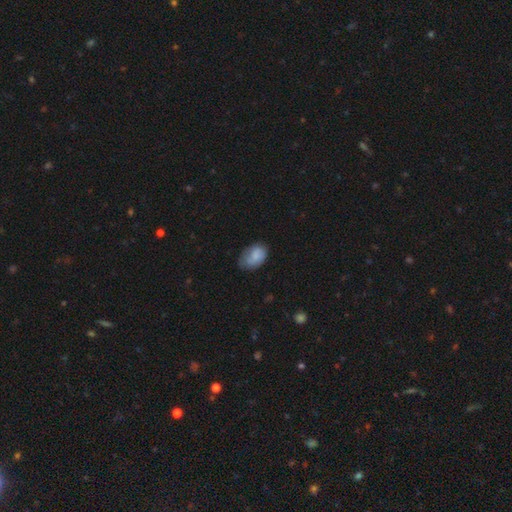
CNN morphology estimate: Q: Smooth or featured?
A: smooth (78%); runner-up: featured or disk (14%)
Q: How rounded?
A: in between (84%); runner-up: round (15%)
Q: Merging?
A: none (55%); runner-up: minor disturbance (33%)